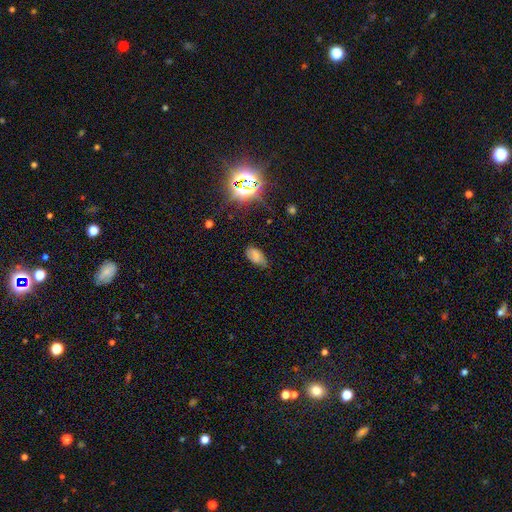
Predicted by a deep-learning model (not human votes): smooth 69%, star or artifact 18%, featured or disk 13%. Down the decision tree: how rounded — in between (93%); merging — none (61%).